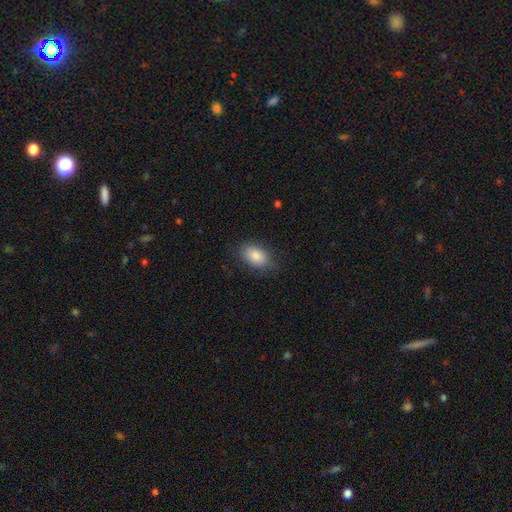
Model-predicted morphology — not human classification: Overall: smooth (86%). How rounded: in between (90%). Merging: none (83%).